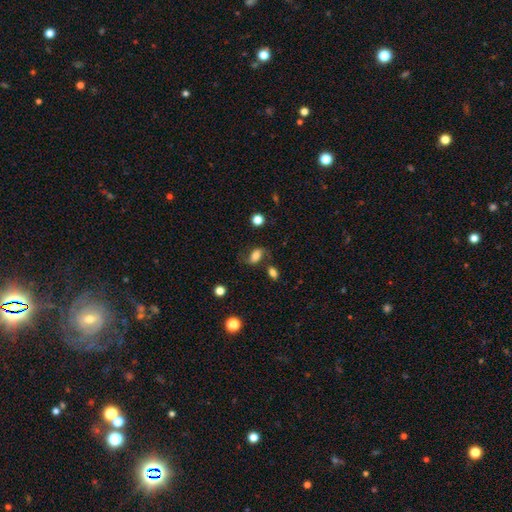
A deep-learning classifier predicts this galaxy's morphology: This is possibly a smooth galaxy (56%). How rounded: clearly in between (83%). Merging: likely none (62%).